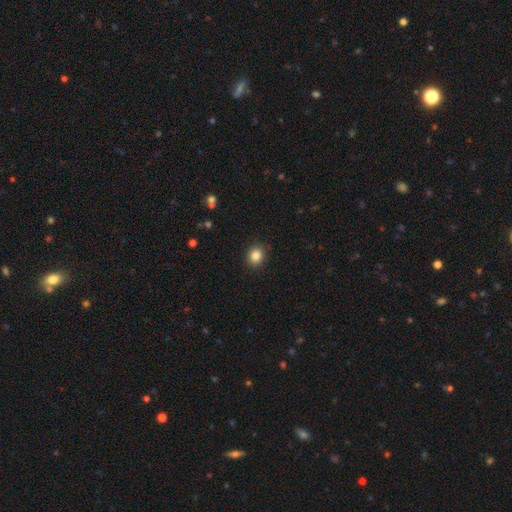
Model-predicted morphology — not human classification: A smooth galaxy with no disk features (85%) that is round (78%). Merging: none (90%).